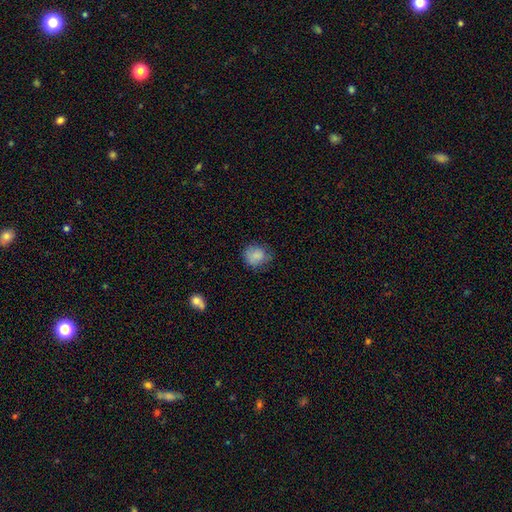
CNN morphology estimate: This is clearly a smooth galaxy (83%). How rounded: likely round (74%). Merging: likely none (66%).